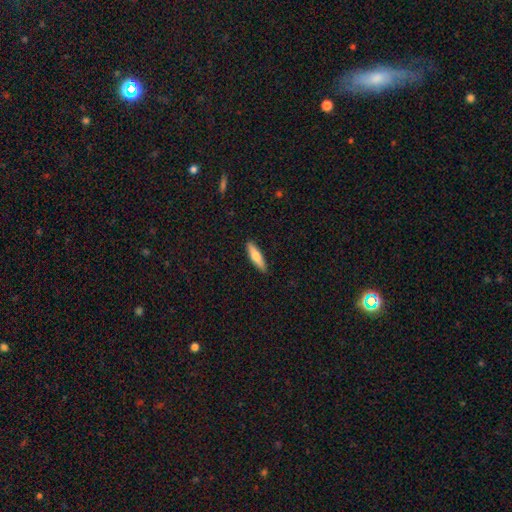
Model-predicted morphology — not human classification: smooth_or_featured: smooth (p=0.72) [alt: featured or disk p=0.22]
how_rounded: cigar-shaped (p=0.70) [alt: in between p=0.29]
merging: none (p=0.89) [alt: minor disturbance p=0.08]